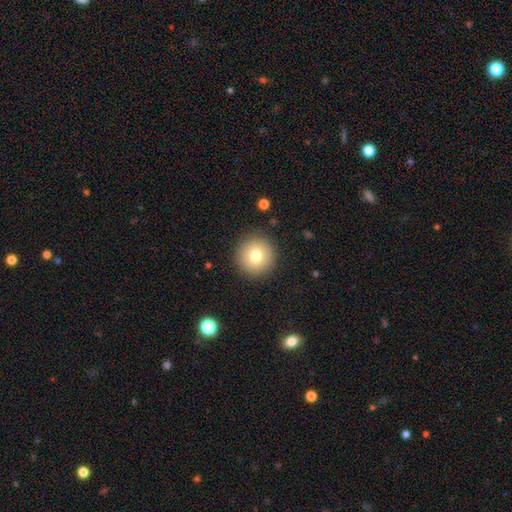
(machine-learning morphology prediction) Smooth or featured? smooth (77%)
How rounded? round (95%)
Merging? none (90%)